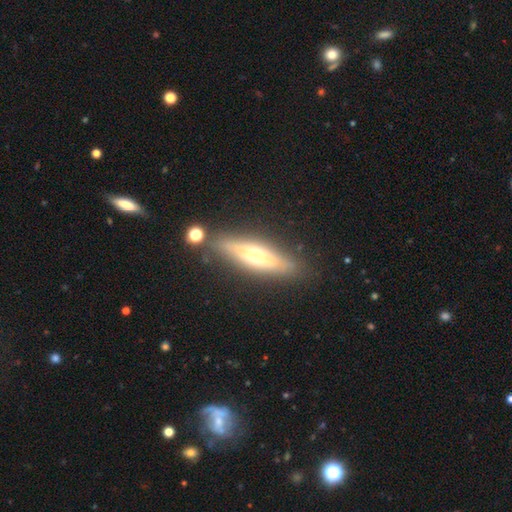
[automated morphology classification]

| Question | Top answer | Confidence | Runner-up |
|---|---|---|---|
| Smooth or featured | featured or disk | 52% | smooth (40%) |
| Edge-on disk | yes | 79% | no (21%) |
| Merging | none | 76% | minor disturbance (14%) |